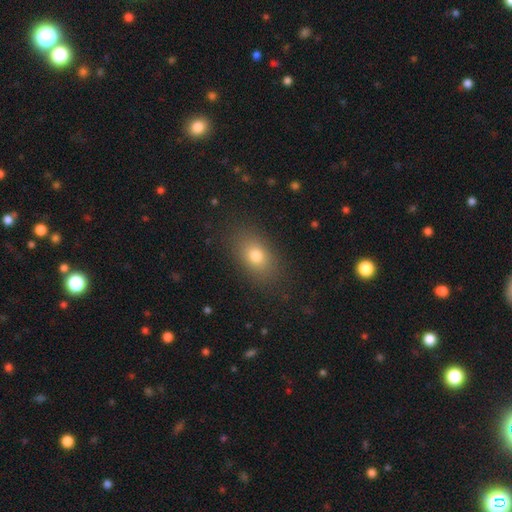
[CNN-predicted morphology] This is likely a smooth galaxy (77%). How rounded: likely in between (78%). Merging: clearly none (85%).